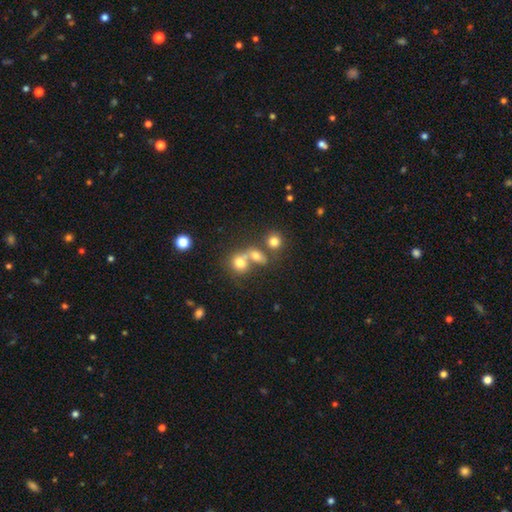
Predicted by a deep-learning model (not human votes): This appears to be a smooth galaxy with no disk features (71%) that is round (63%). Merging: merger (49%).